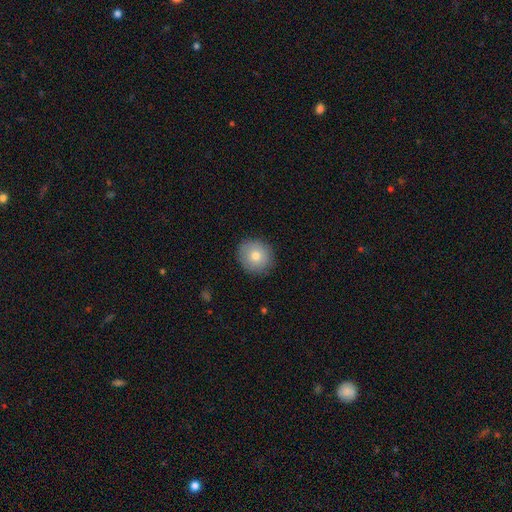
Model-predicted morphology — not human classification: Smooth or featured? smooth (77%)
How rounded? round (88%)
Merging? none (88%)